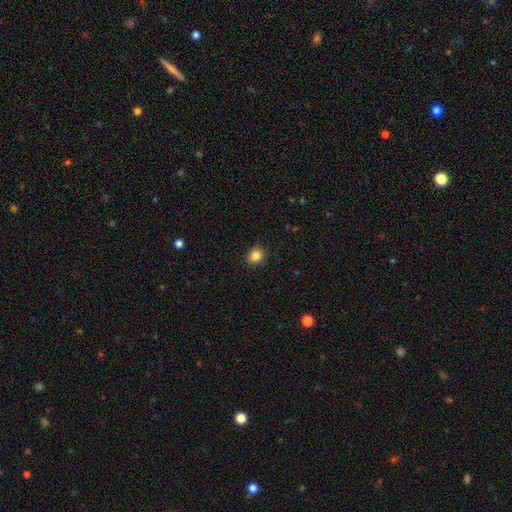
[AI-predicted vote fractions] This is clearly a smooth galaxy (85%). How rounded: likely round (66%). Merging: clearly none (89%).